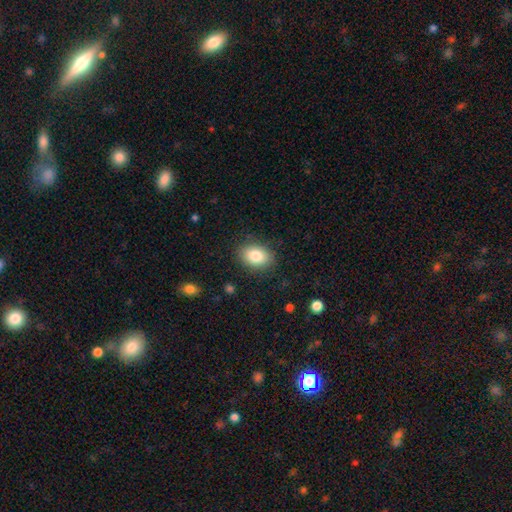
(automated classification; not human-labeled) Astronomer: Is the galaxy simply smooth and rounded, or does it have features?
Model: smooth — 83%.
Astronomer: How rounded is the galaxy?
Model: in between — 75%.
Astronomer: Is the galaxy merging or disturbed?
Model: none — 86%.